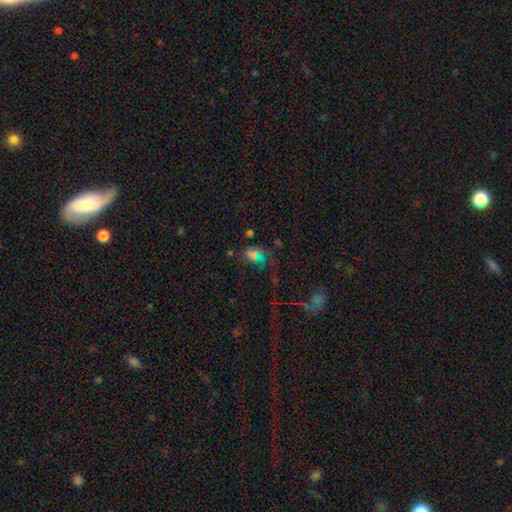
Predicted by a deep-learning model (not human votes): Smooth or featured? smooth (43%)
Merging? none (49%)